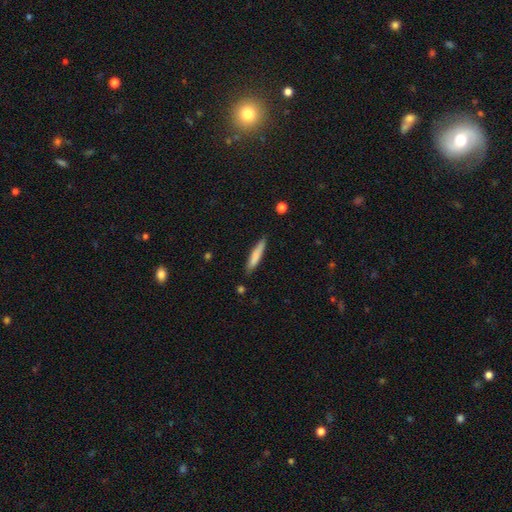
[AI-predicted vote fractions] Smooth or featured: smooth — 79% (featured or disk — 15%)
How rounded: cigar-shaped — 90% (in between — 9%)
Merging: none — 85% (minor disturbance — 12%)